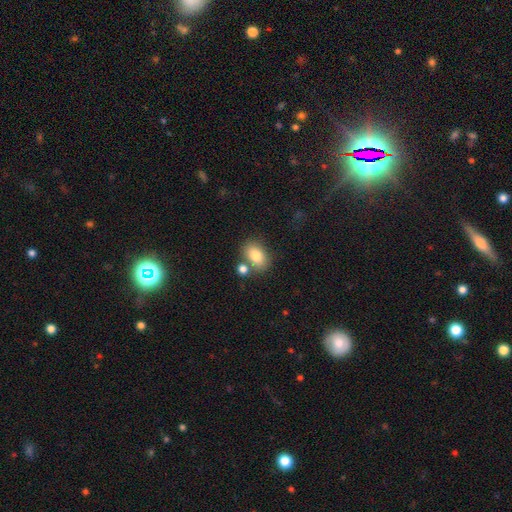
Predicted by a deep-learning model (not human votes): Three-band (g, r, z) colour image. It shows a smooth galaxy with no disk features (80%) that is in between round and cigar-shaped (78%). Merging: none (65%).